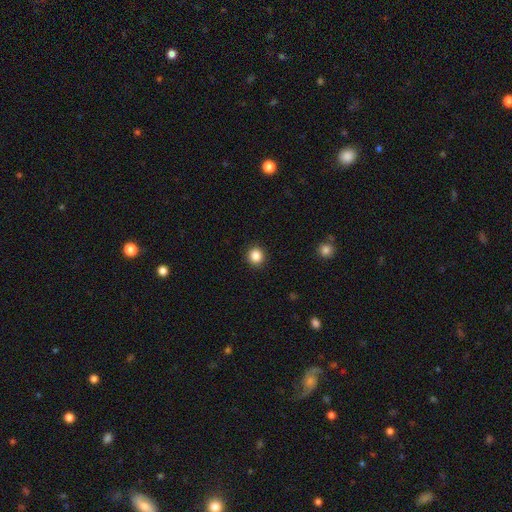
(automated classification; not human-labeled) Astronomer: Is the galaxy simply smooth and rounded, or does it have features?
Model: smooth — 86%.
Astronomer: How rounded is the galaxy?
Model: round — 93%.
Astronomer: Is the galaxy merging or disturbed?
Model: none — 93%.